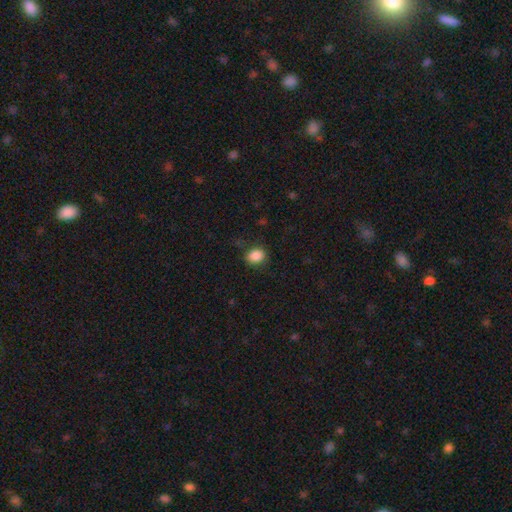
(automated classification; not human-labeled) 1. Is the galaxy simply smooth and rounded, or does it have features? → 87% smooth, 9% star or artifact, 4% featured or disk.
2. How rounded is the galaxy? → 53% in between, 46% round, 1% cigar-shaped.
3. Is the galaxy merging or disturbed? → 82% none, 13% minor disturbance, 4% major disturbance, 1% merger.